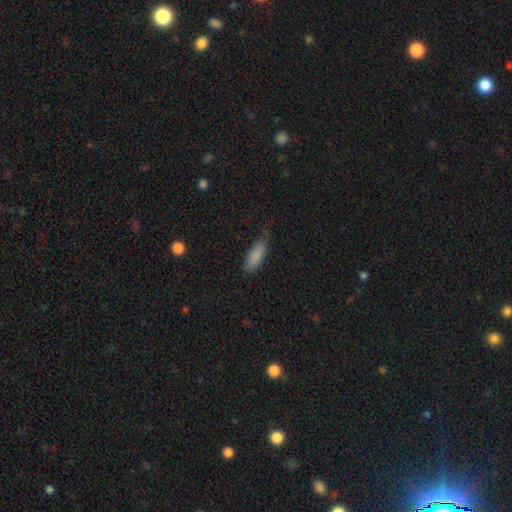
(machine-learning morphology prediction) Q: Smooth or featured?
A: smooth (86%); runner-up: featured or disk (8%)
Q: How rounded?
A: in between (66%); runner-up: cigar-shaped (32%)
Q: Merging?
A: none (52%); runner-up: minor disturbance (35%)